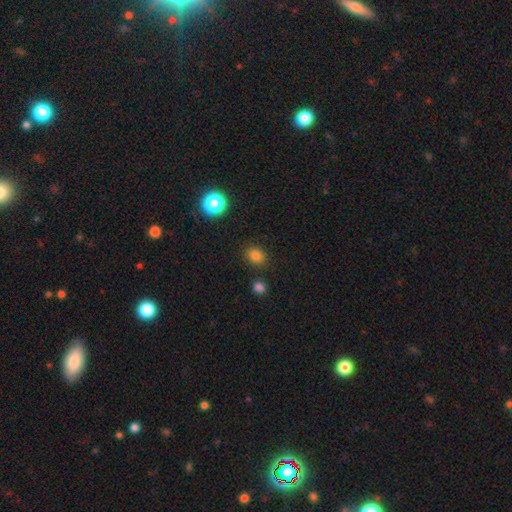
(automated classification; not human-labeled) A smooth galaxy with no disk features (79%) that is round (58%).

Vote fractions:
- Smooth or featured? smooth: 79% / star or artifact: 16% / featured or disk: 5%
- How rounded? round: 58% / in between: 42% / cigar-shaped: 1%
- Merging? none: 85% / minor disturbance: 9% / merger: 4% / major disturbance: 3%